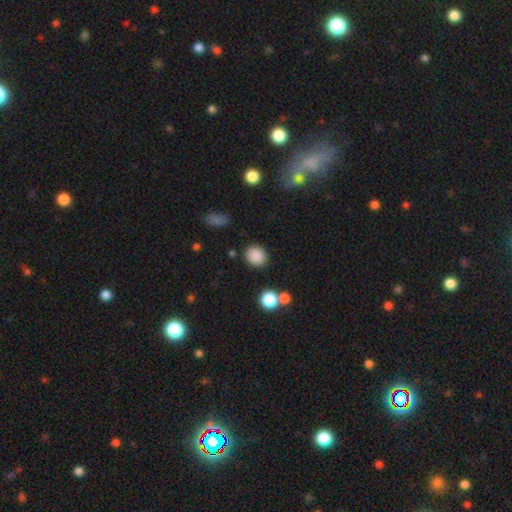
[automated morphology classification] Q: Smooth or featured?
A: smooth (86%); runner-up: star or artifact (10%)
Q: How rounded?
A: round (69%); runner-up: in between (30%)
Q: Merging?
A: none (85%); runner-up: minor disturbance (9%)